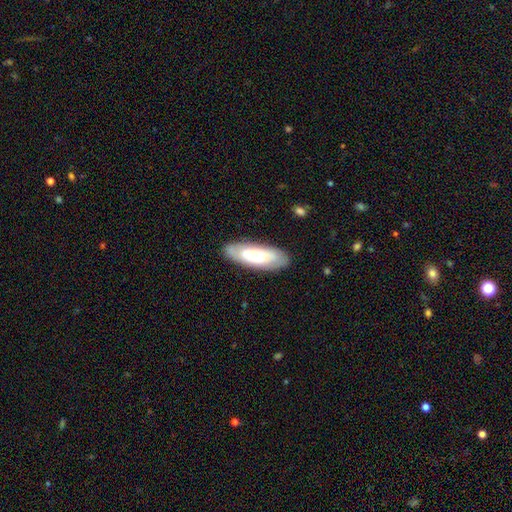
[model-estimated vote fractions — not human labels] Smooth or featured? smooth (60%)
How rounded? in between (63%)
Merging? none (83%)